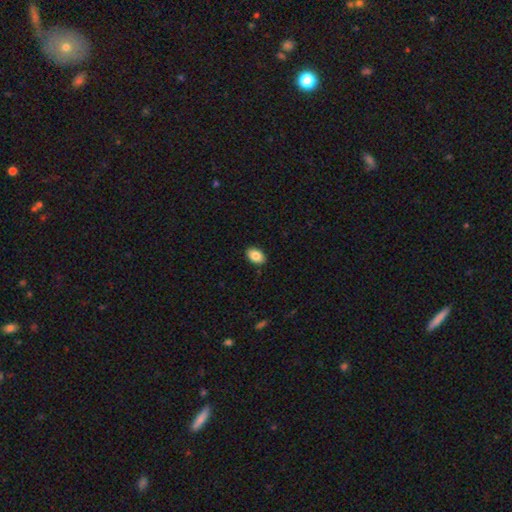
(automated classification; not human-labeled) Smooth or featured?
  - smooth: 86% *
  - star or artifact: 7%
  - featured or disk: 7%
How rounded?
  - in between: 89% *
  - round: 10%
  - cigar-shaped: 1%
Merging?
  - none: 90% *
  - minor disturbance: 8%
  - major disturbance: 2%
  - merger: 1%